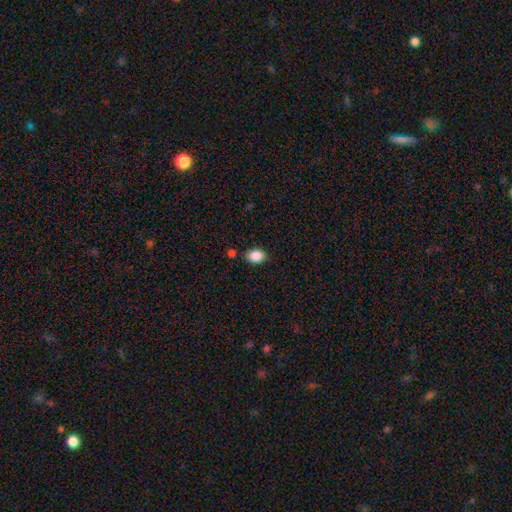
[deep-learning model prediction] smooth_or_featured: smooth (p=0.88) [alt: star or artifact p=0.08]
how_rounded: in between (p=0.72) [alt: round p=0.26]
merging: none (p=0.79) [alt: minor disturbance p=0.13]